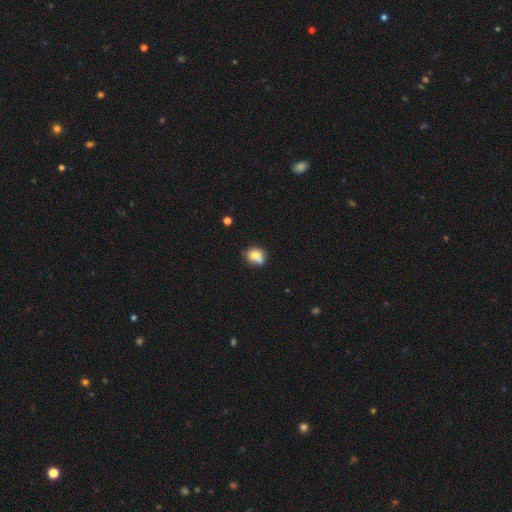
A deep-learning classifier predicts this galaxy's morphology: smooth-or-featured: smooth: 76% | featured or disk: 14% | star or artifact: 10%
  how-rounded: round: 61% | in between: 37% | cigar-shaped: 1%
  merging: none: 51% | minor disturbance: 28% | merger: 14% | major disturbance: 8%